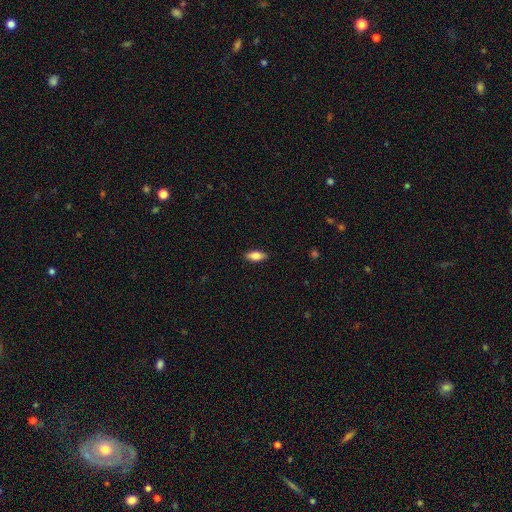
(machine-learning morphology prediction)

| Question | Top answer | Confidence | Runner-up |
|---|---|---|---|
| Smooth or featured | smooth | 77% | featured or disk (16%) |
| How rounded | in between | 79% | cigar-shaped (19%) |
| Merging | none | 89% | minor disturbance (8%) |